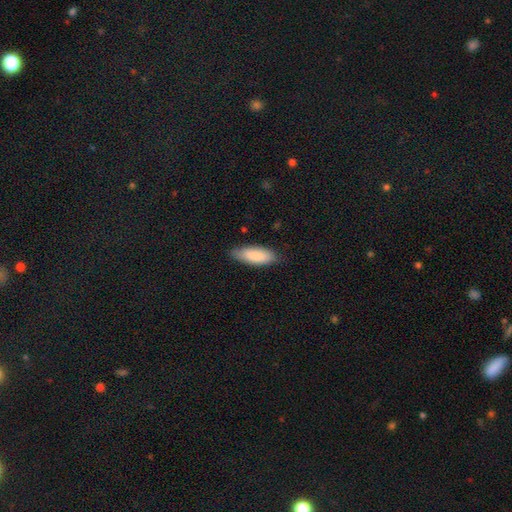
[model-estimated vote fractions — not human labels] Morphology: type=smooth (87%); roundness=in between (72%); merging=none (81%).